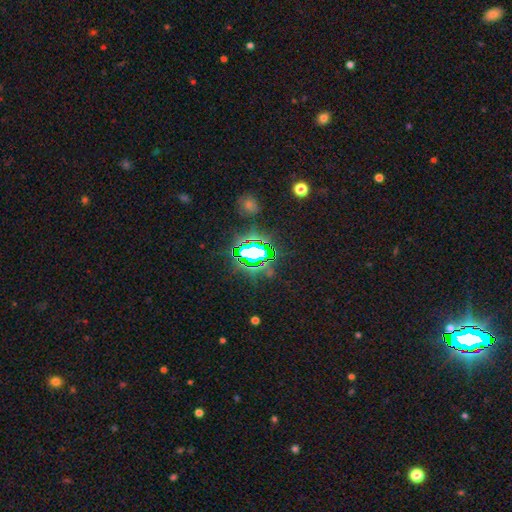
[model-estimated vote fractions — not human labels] smooth-or-featured: star or artifact: 74% | smooth: 15% | featured or disk: 11%